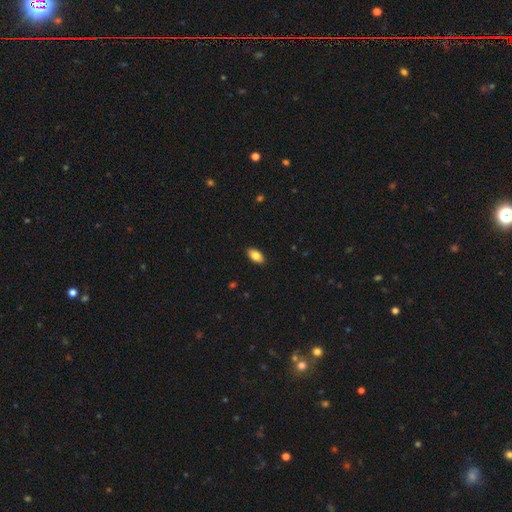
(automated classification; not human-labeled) A smooth galaxy with no disk features (84%) that is in between round and cigar-shaped (93%). Merging: none (90%).